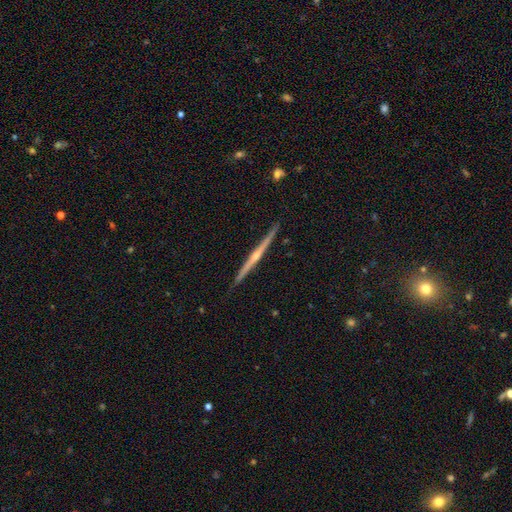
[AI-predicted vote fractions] The model was most divided on "edge-on bulge": rounded: 72%, none: 22%, boxy: 5%. More confident: edge-on disk — yes (99%); merging — none (92%); smooth or featured — featured or disk (81%).